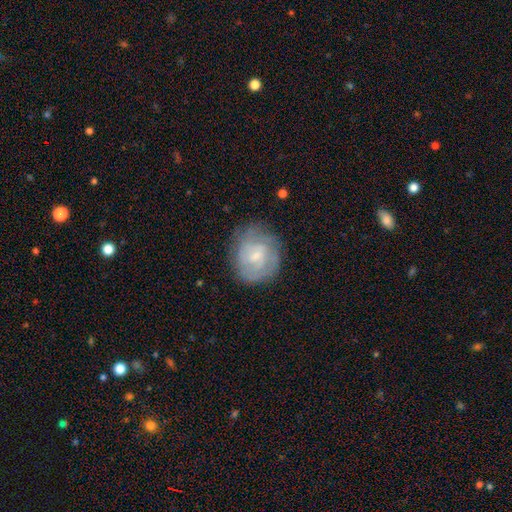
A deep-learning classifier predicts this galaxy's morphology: Smooth or featured? Predicted: featured or disk (p=0.63). Edge-on disk? Predicted: no (p=0.97). Bar? Predicted: weak (p=0.48). Spiral arms? Predicted: yes (p=0.79). Bulge size? Predicted: small (p=0.69). Merging? Predicted: none (p=0.71).